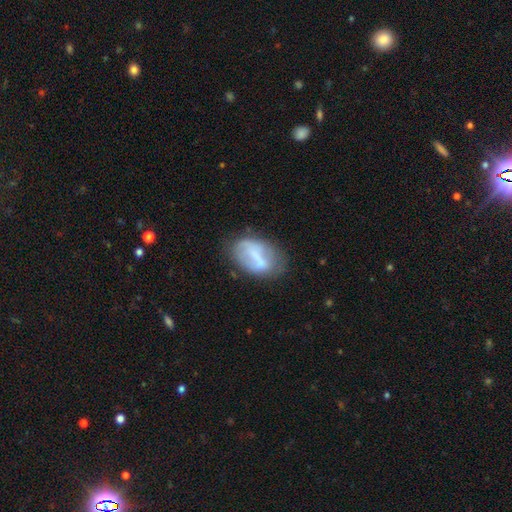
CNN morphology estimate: smooth 49%, featured or disk 42%, star or artifact 9%. Down the decision tree: merging — none (58%).